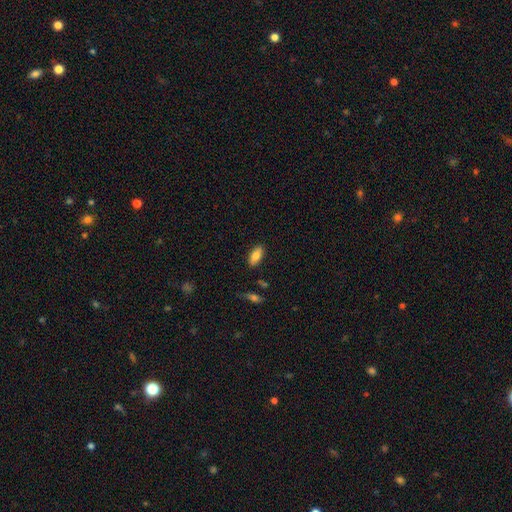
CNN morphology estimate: This appears to be a smooth galaxy with no disk features (79%) that is in between round and cigar-shaped (87%). Merging: none (86%).